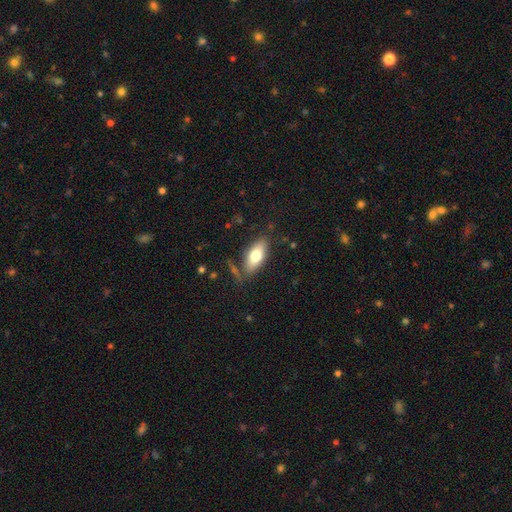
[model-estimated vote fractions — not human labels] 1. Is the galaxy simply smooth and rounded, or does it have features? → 70% smooth, 23% featured or disk, 7% star or artifact.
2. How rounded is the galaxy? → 82% in between, 15% cigar-shaped, 3% round.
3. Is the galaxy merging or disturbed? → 76% none, 15% minor disturbance, 5% major disturbance, 4% merger.